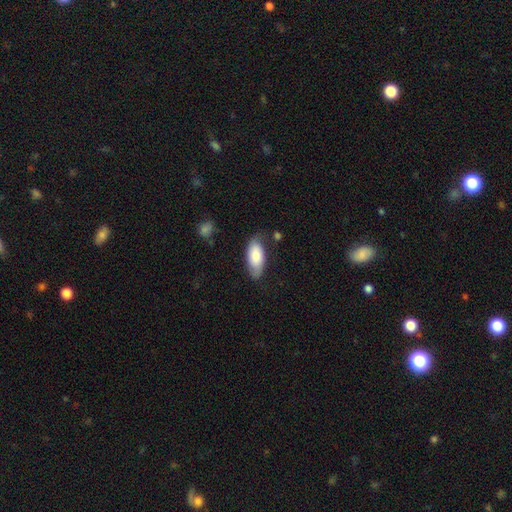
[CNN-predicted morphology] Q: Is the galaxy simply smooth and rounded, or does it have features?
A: smooth — 79%.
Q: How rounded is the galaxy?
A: in between — 89%.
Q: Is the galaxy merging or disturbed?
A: none — 67%.